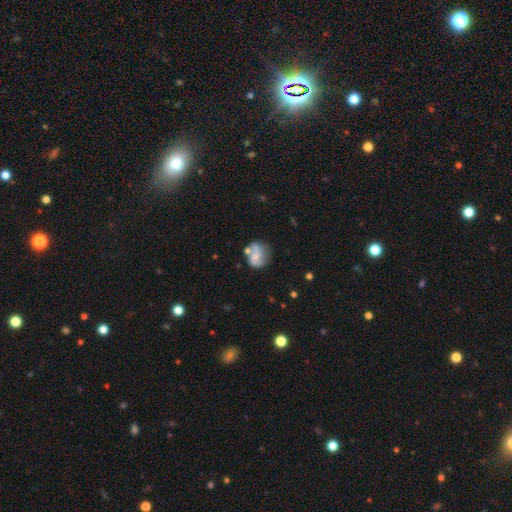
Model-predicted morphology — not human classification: A featured or disk galaxy (60%) with no bar (62%), spiral arms (81%) and a small central bulge (50%). Merging: none (46%).